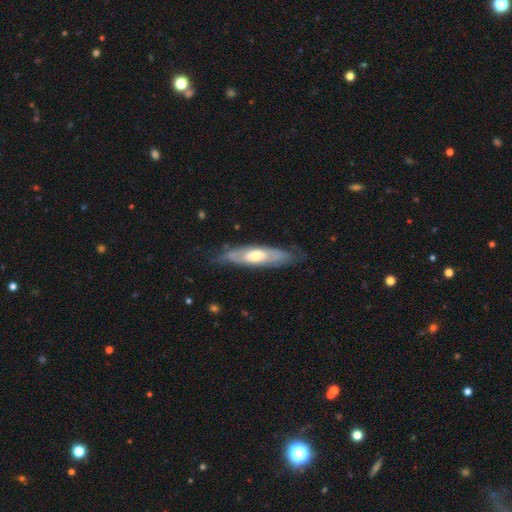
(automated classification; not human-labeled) A featured or disk galaxy (62%).

Vote fractions:
- Smooth or featured? featured or disk: 62% / smooth: 33% / star or artifact: 5%
- Edge-on disk? no: 59% / yes: 41%
- Merging? none: 72% / minor disturbance: 21% / major disturbance: 6% / merger: 1%